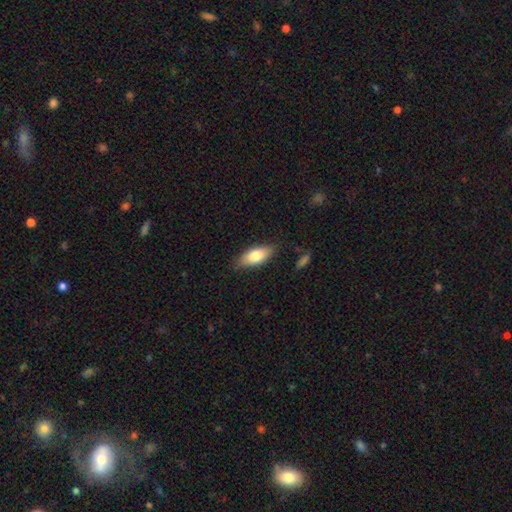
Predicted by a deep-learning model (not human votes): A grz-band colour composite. It shows a smooth galaxy with no disk features (78%) that is in between round and cigar-shaped (82%). Merging: none (81%).